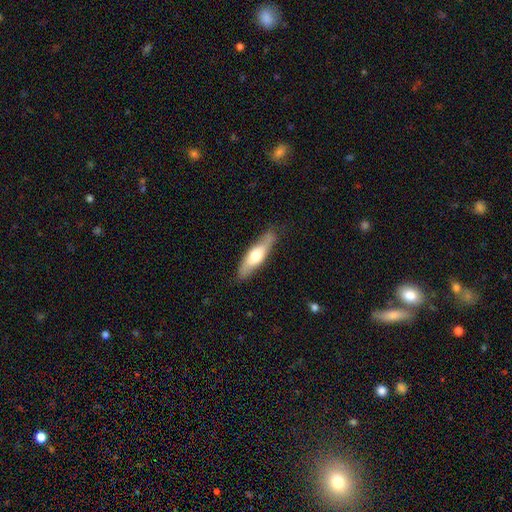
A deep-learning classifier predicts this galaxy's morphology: smooth 55%, featured or disk 39%, star or artifact 5%. Down the decision tree: how rounded — cigar-shaped (62%); merging — none (79%).